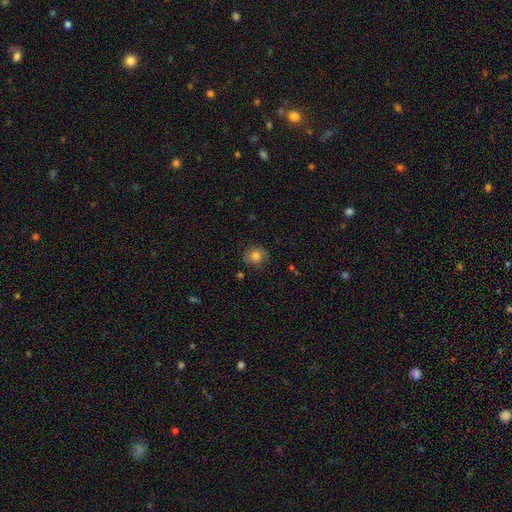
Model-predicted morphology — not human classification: smooth 79%, star or artifact 11%, featured or disk 10%. Down the decision tree: how rounded — round (83%); merging — none (80%).